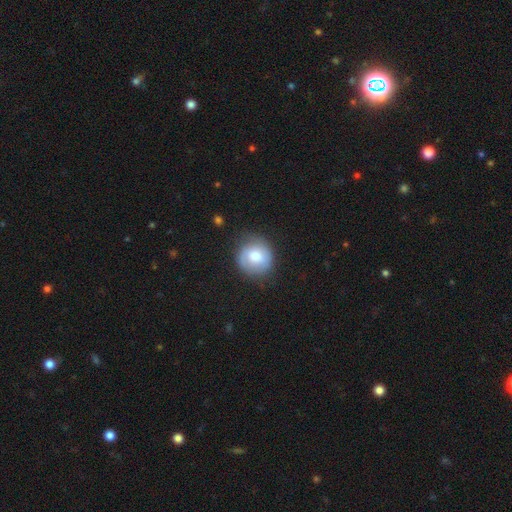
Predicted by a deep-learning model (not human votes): Smooth or featured? smooth (62%)
How rounded? round (85%)
Merging? none (76%)